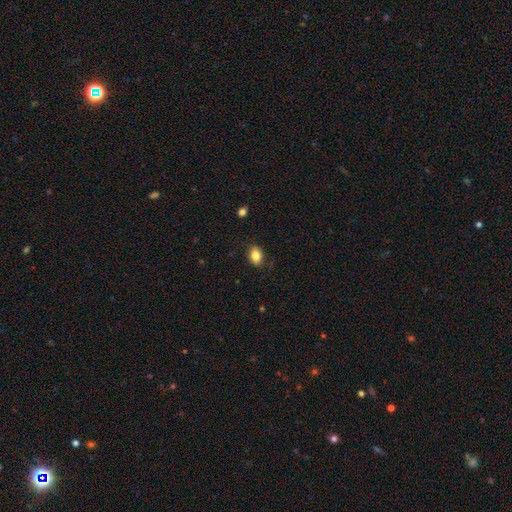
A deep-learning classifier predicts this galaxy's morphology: Smooth or featured?
  - smooth: 83% *
  - star or artifact: 9%
  - featured or disk: 8%
How rounded?
  - in between: 76% *
  - round: 23%
  - cigar-shaped: 1%
Merging?
  - none: 84% *
  - minor disturbance: 12%
  - major disturbance: 3%
  - merger: 1%